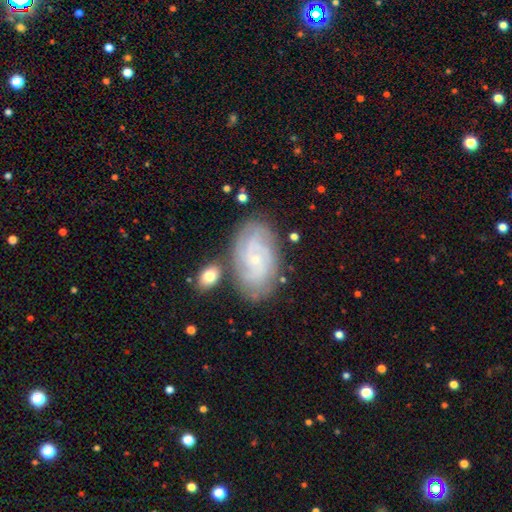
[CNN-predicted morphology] featured or disk 75%, smooth 16%, star or artifact 9%. Down the decision tree: edge-on disk — no (95%); bar — no (68%); spiral arms — yes (95%); spiral arm count — can't tell (33%); spiral winding — tight (69%); bulge size — small (80%); merging — none (75%).